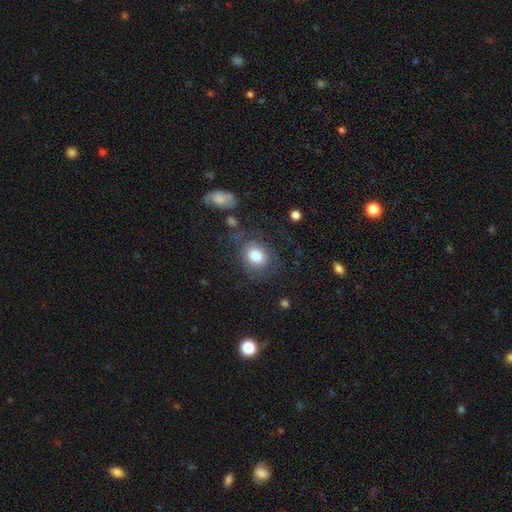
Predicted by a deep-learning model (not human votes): smooth-or-featured: smooth: 77% | featured or disk: 15% | star or artifact: 8%
  how-rounded: round: 58% | in between: 41% | cigar-shaped: 1%
  merging: none: 66% | minor disturbance: 18% | major disturbance: 13% | merger: 3%